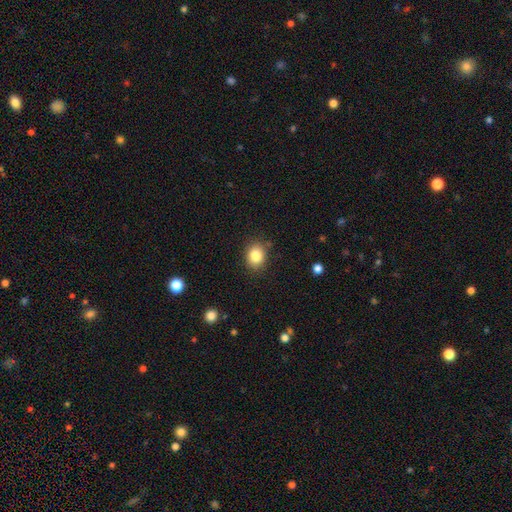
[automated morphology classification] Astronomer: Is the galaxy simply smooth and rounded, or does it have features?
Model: smooth — 84%.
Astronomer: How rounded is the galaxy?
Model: round — 57% (runner-up: in between, 42%).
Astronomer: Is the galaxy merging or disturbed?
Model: none — 85%.